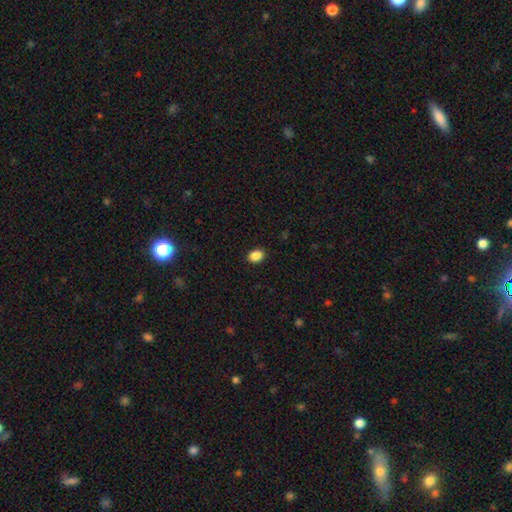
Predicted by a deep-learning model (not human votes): A smooth galaxy with no disk features (87%) that is in between round and cigar-shaped (57%).

Vote fractions:
- Smooth or featured? smooth: 87% / star or artifact: 10% / featured or disk: 3%
- How rounded? in between: 57% / round: 42% / cigar-shaped: 1%
- Merging? none: 91% / minor disturbance: 6% / major disturbance: 2% / merger: 1%